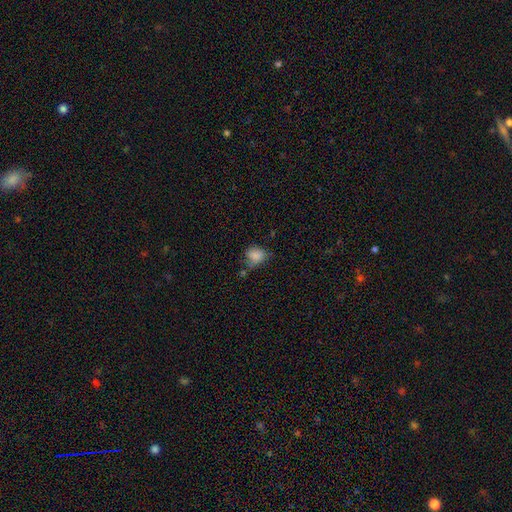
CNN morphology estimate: A smooth galaxy with no disk features (82%) that is round (51%).

Vote fractions:
- Smooth or featured? smooth: 82% / star or artifact: 10% / featured or disk: 8%
- How rounded? round: 51% / in between: 47% / cigar-shaped: 1%
- Merging? none: 44% / minor disturbance: 33% / major disturbance: 13% / merger: 9%